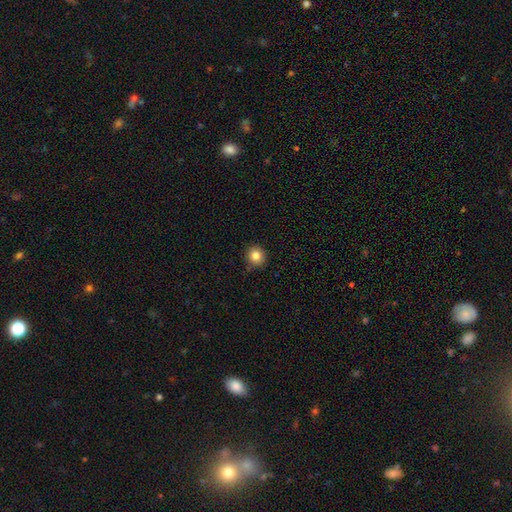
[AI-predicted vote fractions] The model was most divided on "smooth or featured": smooth: 84%, star or artifact: 11%, featured or disk: 6%. More confident: how rounded — round (89%); merging — none (88%).